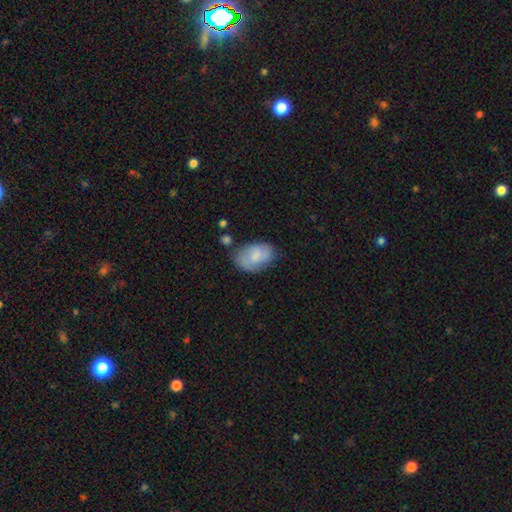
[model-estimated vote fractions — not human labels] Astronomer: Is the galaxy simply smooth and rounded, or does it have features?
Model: smooth — 70%.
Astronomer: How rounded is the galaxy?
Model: in between — 90%.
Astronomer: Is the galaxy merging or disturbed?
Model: none — 65%.